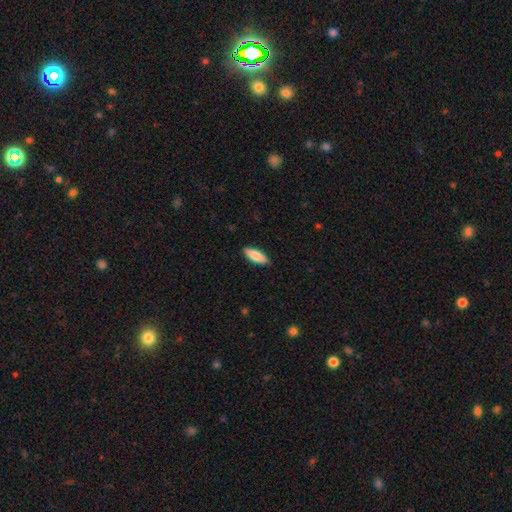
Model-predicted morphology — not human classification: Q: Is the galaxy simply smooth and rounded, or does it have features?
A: smooth — 83%.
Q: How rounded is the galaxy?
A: in between — 64%.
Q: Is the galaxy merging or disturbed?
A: none — 88%.